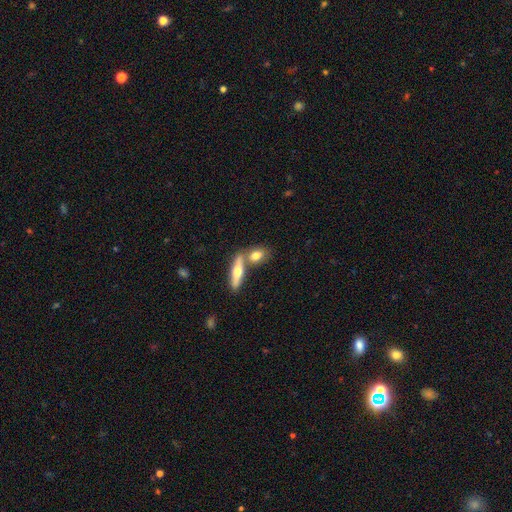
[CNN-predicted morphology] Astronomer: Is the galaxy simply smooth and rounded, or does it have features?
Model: smooth — 69%.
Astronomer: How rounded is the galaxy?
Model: in between — 66%.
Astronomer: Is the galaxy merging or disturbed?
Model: none — 50% (runner-up: merger, 38%).